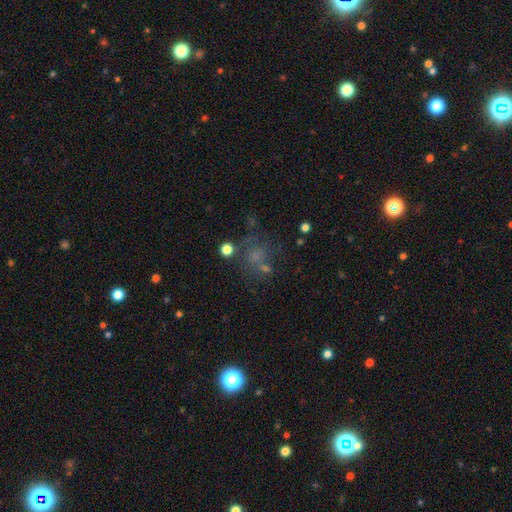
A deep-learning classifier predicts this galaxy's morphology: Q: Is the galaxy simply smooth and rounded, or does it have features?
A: smooth — 48%.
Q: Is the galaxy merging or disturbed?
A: none — 52%.